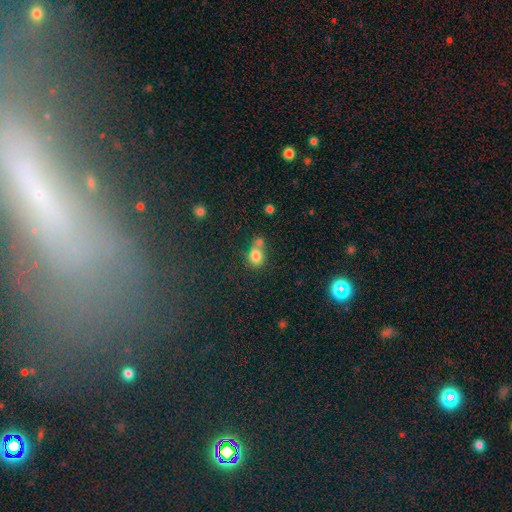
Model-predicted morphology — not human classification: smooth-or-featured: smooth: 79% | star or artifact: 12% | featured or disk: 10%
  how-rounded: round: 56% | in between: 43% | cigar-shaped: 1%
  merging: merger: 42% | none: 40% | minor disturbance: 13% | major disturbance: 5%